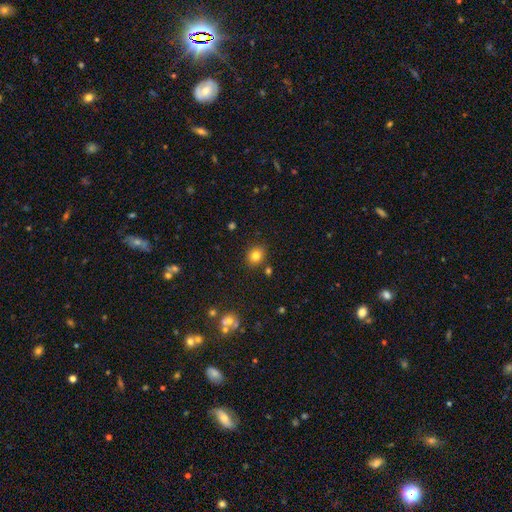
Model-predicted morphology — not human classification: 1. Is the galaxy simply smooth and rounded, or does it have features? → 81% smooth, 12% star or artifact, 7% featured or disk.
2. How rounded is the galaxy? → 70% round, 29% in between, 1% cigar-shaped.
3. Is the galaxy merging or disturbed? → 85% none, 9% minor disturbance, 4% merger, 3% major disturbance.